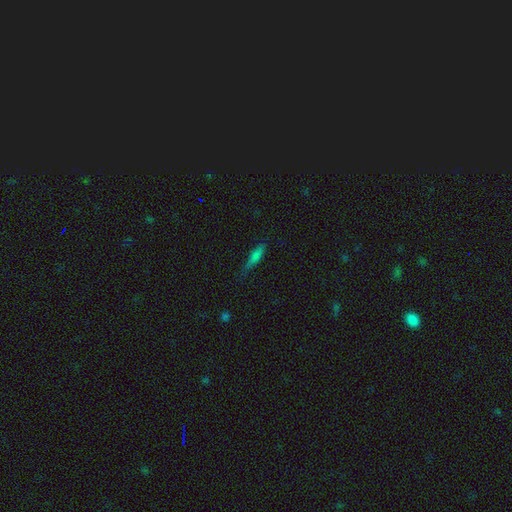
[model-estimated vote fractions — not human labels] Morphology: type=smooth (67%); roundness=cigar-shaped (74%); merging=none (67%).